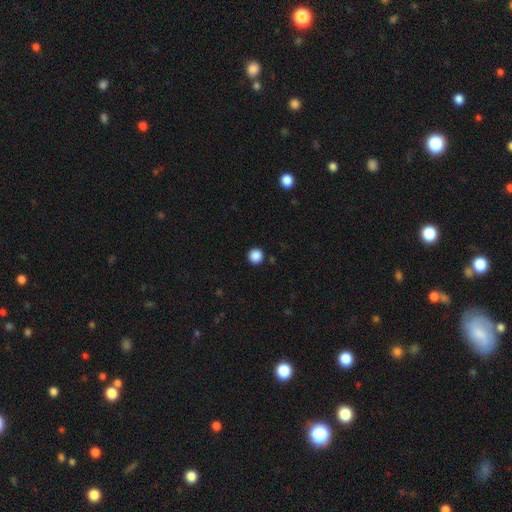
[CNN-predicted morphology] smooth-or-featured: smooth: 87% | star or artifact: 10% | featured or disk: 2%
  how-rounded: round: 96% | in between: 3% | cigar-shaped: 1%
  merging: none: 93% | minor disturbance: 4% | major disturbance: 2% | merger: 1%